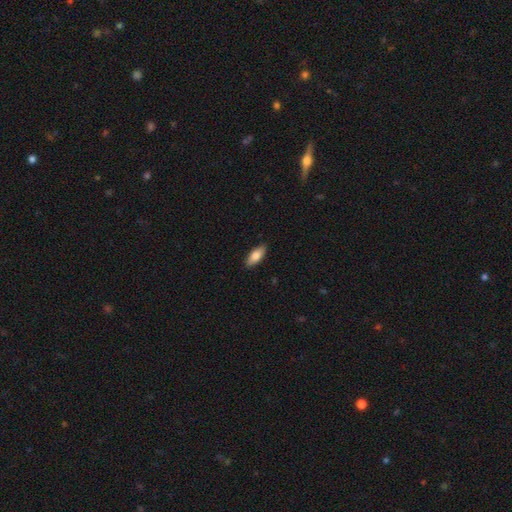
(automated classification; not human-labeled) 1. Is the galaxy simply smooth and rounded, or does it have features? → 77% smooth, 17% featured or disk, 6% star or artifact.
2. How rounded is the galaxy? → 79% in between, 19% cigar-shaped, 2% round.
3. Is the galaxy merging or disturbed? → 89% none, 8% minor disturbance, 2% major disturbance, 1% merger.